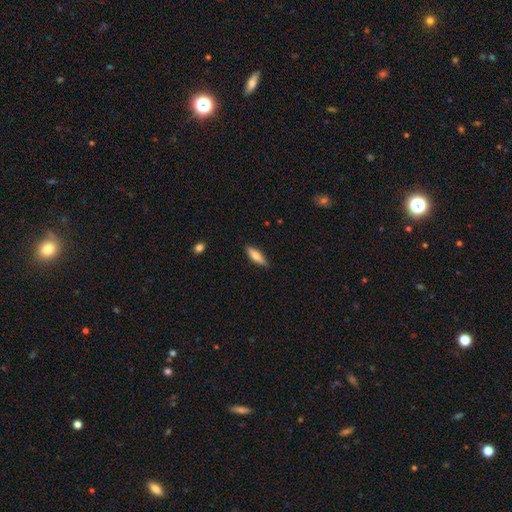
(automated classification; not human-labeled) smooth_or_featured: smooth (p=0.71) [alt: featured or disk p=0.23]
how_rounded: cigar-shaped (p=0.54) [alt: in between p=0.45]
merging: none (p=0.85) [alt: minor disturbance p=0.12]